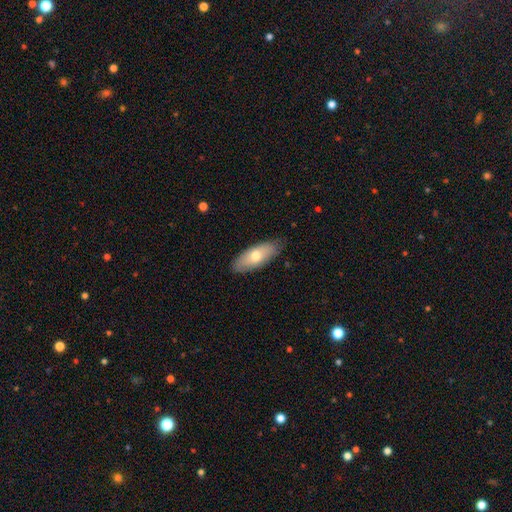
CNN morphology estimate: smooth 69%, featured or disk 26%, star or artifact 6%. Down the decision tree: how rounded — in between (79%); merging — none (83%).